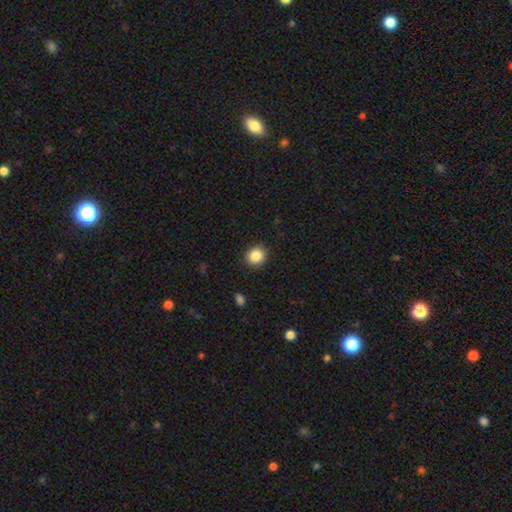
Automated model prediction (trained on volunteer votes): A smooth galaxy with no disk features (86%) that is round (85%). Merging: none (91%).